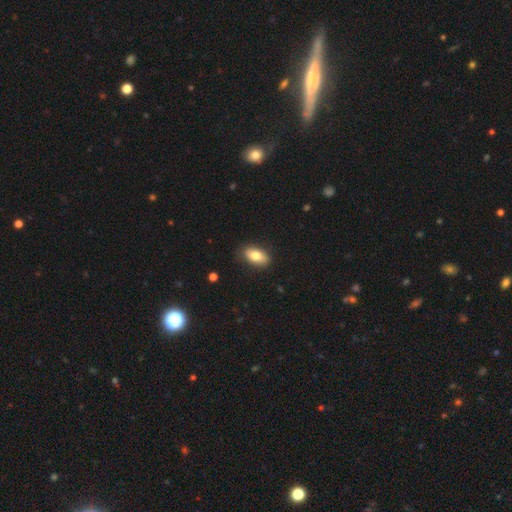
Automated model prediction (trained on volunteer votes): A smooth galaxy with no disk features (80%) that is in between round and cigar-shaped (90%).

Vote fractions:
- Smooth or featured? smooth: 80% / featured or disk: 13% / star or artifact: 7%
- How rounded? in between: 90% / cigar-shaped: 5% / round: 5%
- Merging? none: 86% / minor disturbance: 11% / major disturbance: 2% / merger: 1%